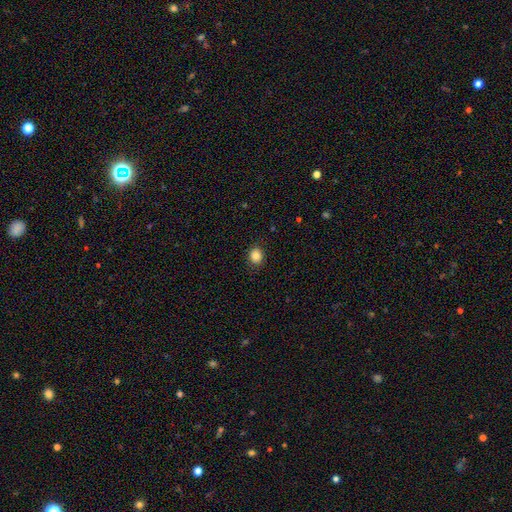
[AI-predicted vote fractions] Smooth or featured?
  - smooth: 84% *
  - star or artifact: 10%
  - featured or disk: 6%
How rounded?
  - round: 67% *
  - in between: 32%
  - cigar-shaped: 1%
Merging?
  - none: 88% *
  - minor disturbance: 8%
  - major disturbance: 2%
  - merger: 1%